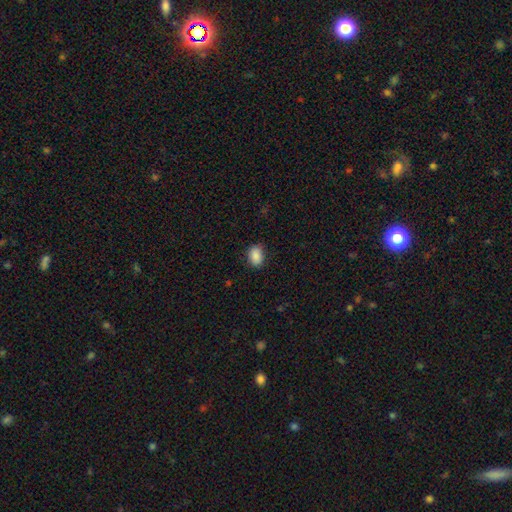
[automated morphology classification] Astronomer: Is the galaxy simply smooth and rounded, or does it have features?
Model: smooth — 88%.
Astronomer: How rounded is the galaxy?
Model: in between — 76%.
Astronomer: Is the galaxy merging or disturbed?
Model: none — 82%.